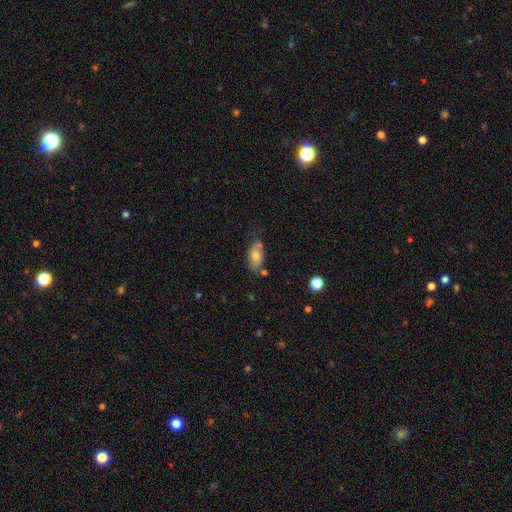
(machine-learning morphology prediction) A smooth galaxy with no disk features (74%) that is in between round and cigar-shaped (89%).

Vote fractions:
- Smooth or featured? smooth: 74% / featured or disk: 18% / star or artifact: 8%
- How rounded? in between: 89% / cigar-shaped: 6% / round: 5%
- Merging? none: 60% / minor disturbance: 23% / merger: 10% / major disturbance: 7%